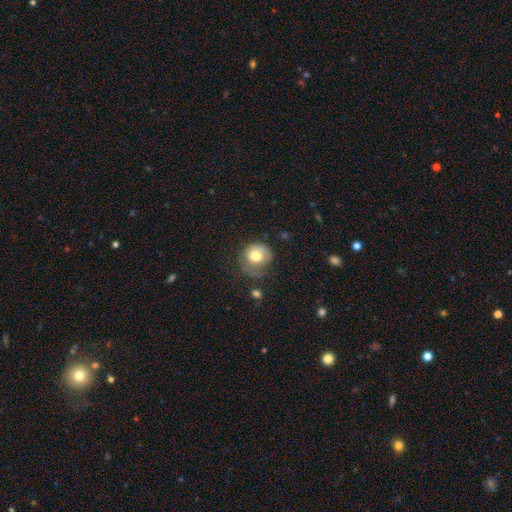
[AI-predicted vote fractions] Overall: smooth (67%). How rounded: round (80%). Merging: none (47%; minor disturbance 30%).